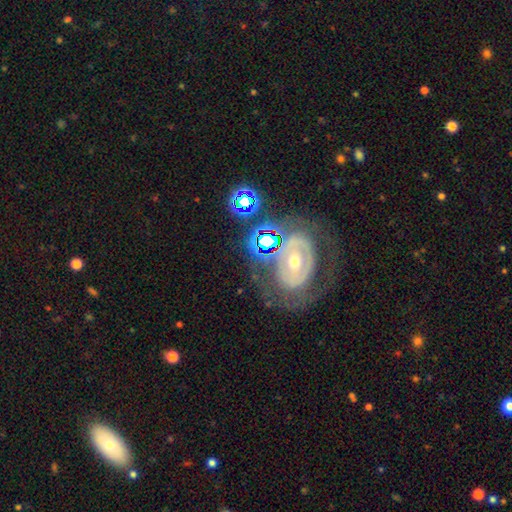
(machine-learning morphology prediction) A featured or disk galaxy (73%) with no bar (52%), spiral arms (53%) and a moderate central bulge (49%). Merging: none (58%).